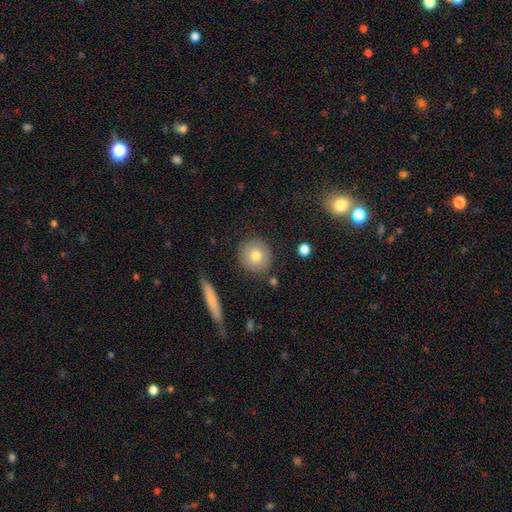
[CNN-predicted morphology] Overall: smooth (77%). How rounded: round (91%). Merging: none (86%).